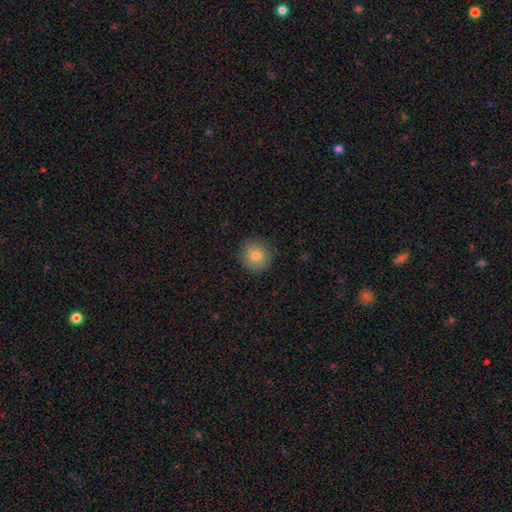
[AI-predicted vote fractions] Morphology: type=smooth (78%); roundness=round (91%); merging=none (85%).